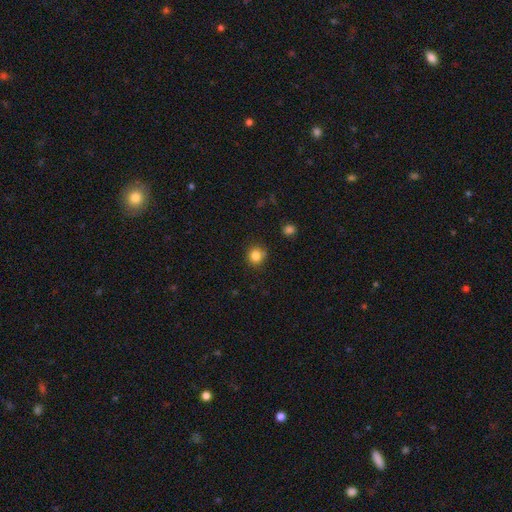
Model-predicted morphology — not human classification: smooth-or-featured: smooth: 84% | star or artifact: 12% | featured or disk: 5%
  how-rounded: round: 89% | in between: 10% | cigar-shaped: 1%
  merging: none: 83% | minor disturbance: 11% | merger: 3% | major disturbance: 3%